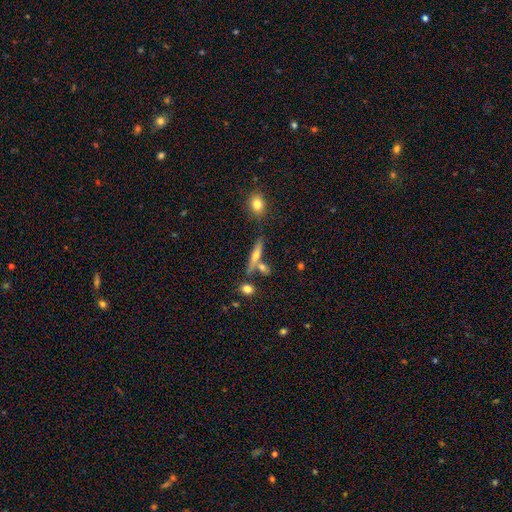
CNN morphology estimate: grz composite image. It shows a featured or disk galaxy (47%). Merging: none (66%).